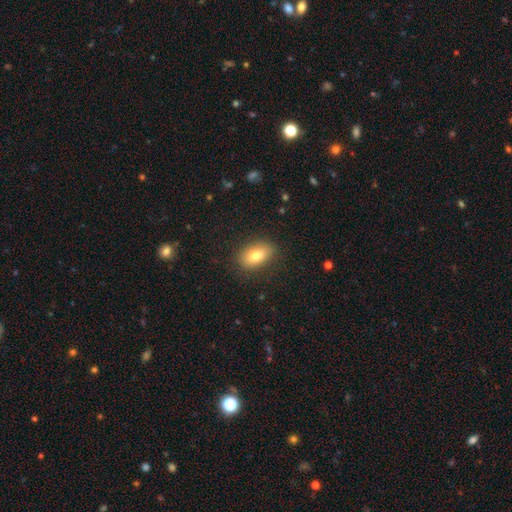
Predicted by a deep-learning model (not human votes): Smooth or featured? smooth (79%)
How rounded? in between (87%)
Merging? none (86%)